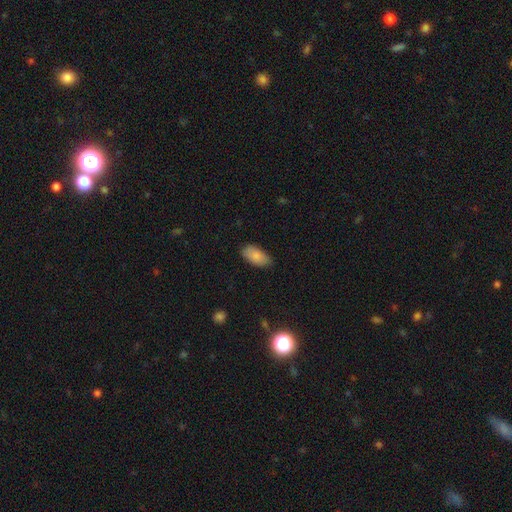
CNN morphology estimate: type=smooth (86%); roundness=in between (93%); merging=none (80%).